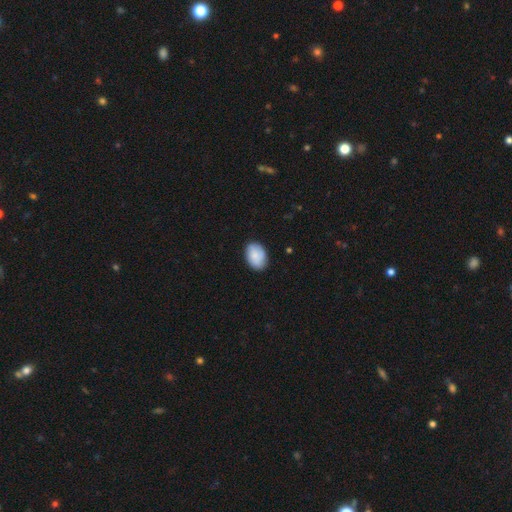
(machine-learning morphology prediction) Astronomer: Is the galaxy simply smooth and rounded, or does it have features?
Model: smooth — 84%.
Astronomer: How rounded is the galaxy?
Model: in between — 83%.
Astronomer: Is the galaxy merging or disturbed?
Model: none — 83%.